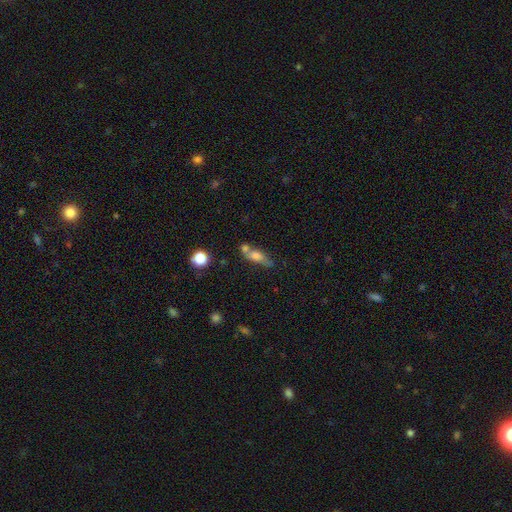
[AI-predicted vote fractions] smooth-or-featured: smooth: 62% | featured or disk: 27% | star or artifact: 11%
  how-rounded: in between: 54% | cigar-shaped: 39% | round: 8%
  merging: none: 42% | merger: 30% | minor disturbance: 19% | major disturbance: 9%